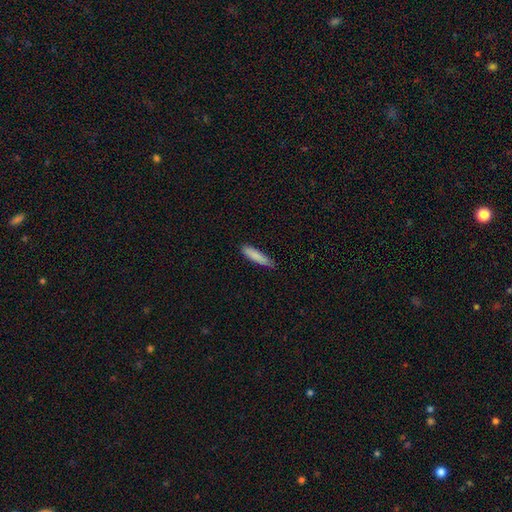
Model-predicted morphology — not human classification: Overall: smooth (85%). How rounded: cigar-shaped (82%). Merging: none (77%).